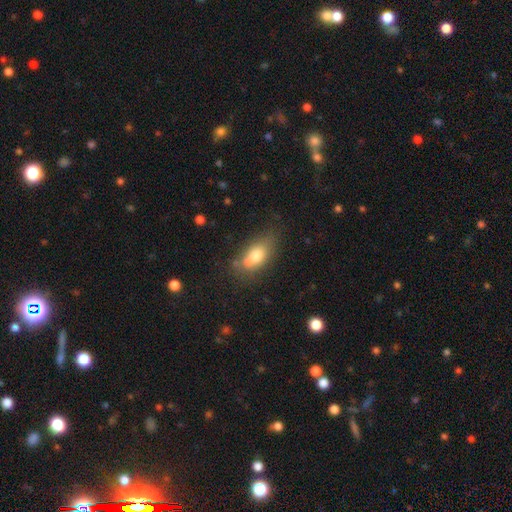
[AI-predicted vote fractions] Smooth or featured? smooth (70%)
How rounded? in between (79%)
Merging? none (49%)